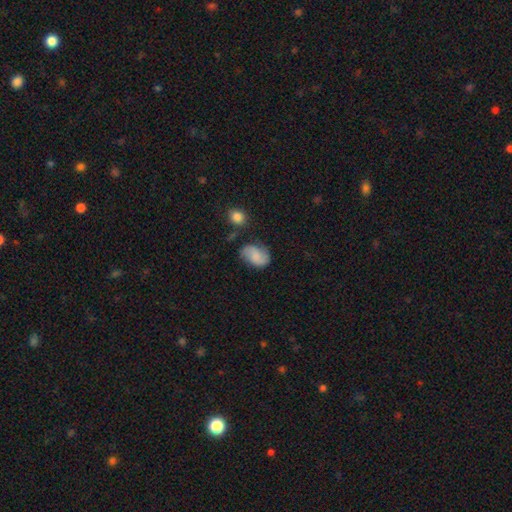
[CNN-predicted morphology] Smooth or featured? smooth (61%)
How rounded? in between (83%)
Merging? none (64%)